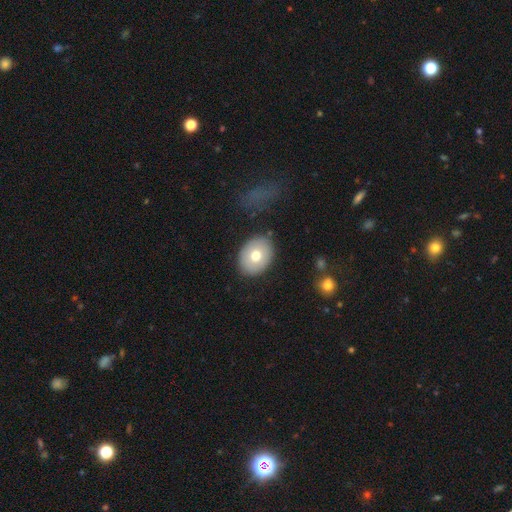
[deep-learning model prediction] smooth-or-featured: smooth: 70% | featured or disk: 22% | star or artifact: 7%
  how-rounded: in between: 66% | round: 33% | cigar-shaped: 1%
  merging: none: 84% | minor disturbance: 11% | major disturbance: 3% | merger: 2%